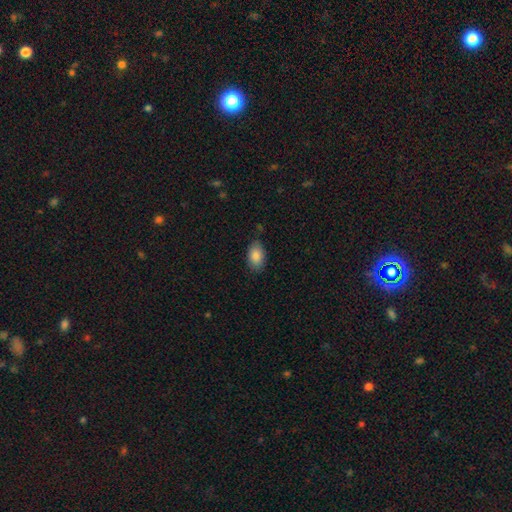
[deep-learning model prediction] Smooth or featured? Predicted: smooth (p=0.86). How rounded? Predicted: in between (p=0.91). Merging? Predicted: none (p=0.79).